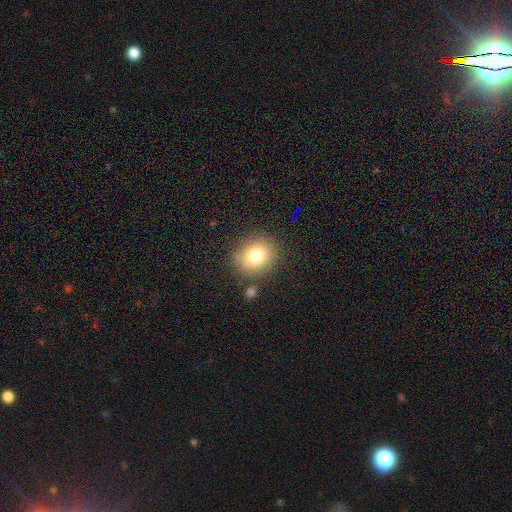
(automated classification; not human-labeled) Overall: smooth (77%). How rounded: round (69%; in between 30%). Merging: none (81%).